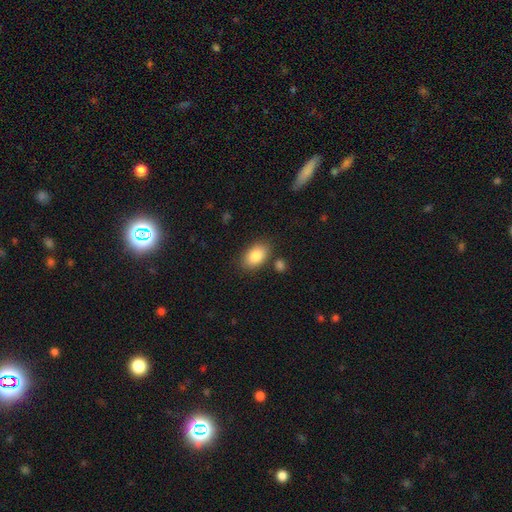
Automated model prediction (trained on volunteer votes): A smooth galaxy with no disk features (85%) that is in between round and cigar-shaped (90%).

Vote fractions:
- Smooth or featured? smooth: 85% / featured or disk: 8% / star or artifact: 7%
- How rounded? in between: 90% / round: 9% / cigar-shaped: 1%
- Merging? none: 80% / minor disturbance: 11% / merger: 5% / major disturbance: 3%